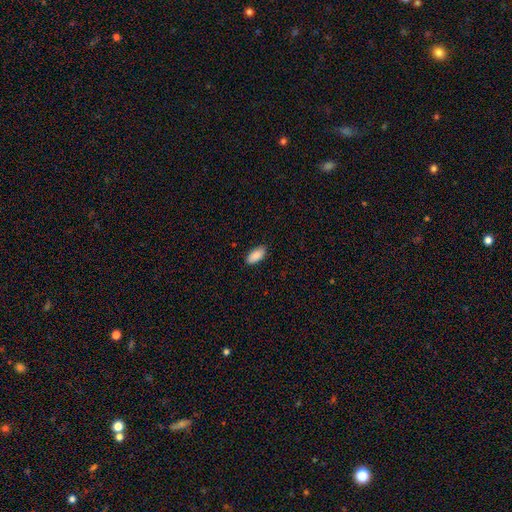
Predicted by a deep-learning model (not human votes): The model was most divided on "merging": none: 88%, minor disturbance: 9%, major disturbance: 2%, merger: 1%. More confident: how rounded — in between (91%); smooth or featured — smooth (90%).